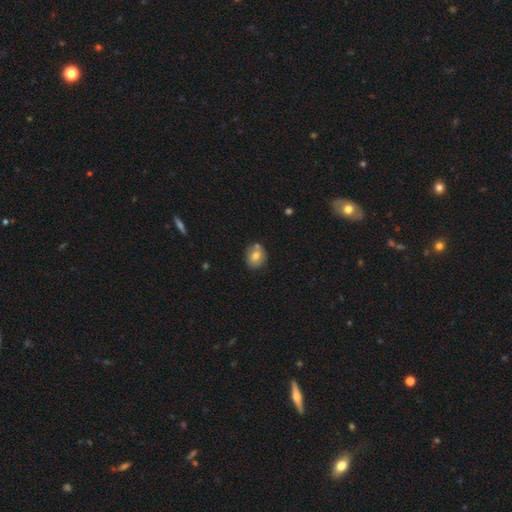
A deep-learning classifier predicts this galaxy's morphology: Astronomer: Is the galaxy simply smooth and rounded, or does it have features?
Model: smooth — 73%.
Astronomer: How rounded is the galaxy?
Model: round — 67%.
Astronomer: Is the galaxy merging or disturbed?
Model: none — 74%.